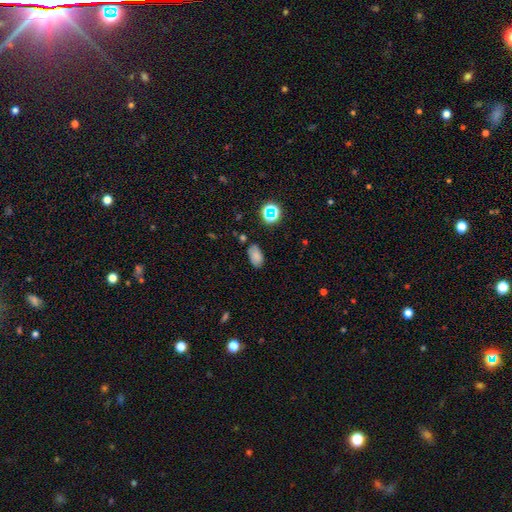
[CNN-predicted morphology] This appears to be a smooth galaxy with no disk features (77%) that is in between round and cigar-shaped (92%). Merging: none (78%).